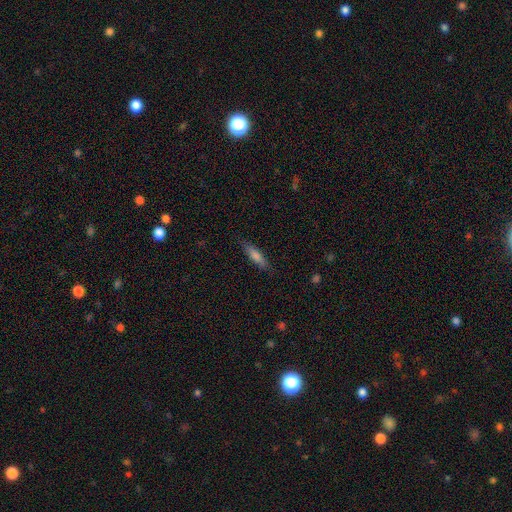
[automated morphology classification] A smooth galaxy with no disk features (59%) that is cigar-shaped (80%).

Vote fractions:
- Smooth or featured? smooth: 59% / featured or disk: 33% / star or artifact: 8%
- How rounded? cigar-shaped: 80% / in between: 18% / round: 2%
- Merging? none: 85% / minor disturbance: 11% / major disturbance: 2% / merger: 1%